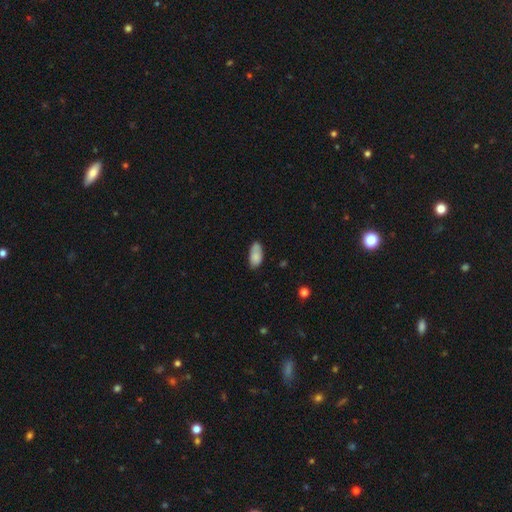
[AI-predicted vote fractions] Q: Smooth or featured?
A: smooth (84%); runner-up: featured or disk (9%)
Q: How rounded?
A: in between (91%); runner-up: cigar-shaped (7%)
Q: Merging?
A: none (68%); runner-up: minor disturbance (24%)